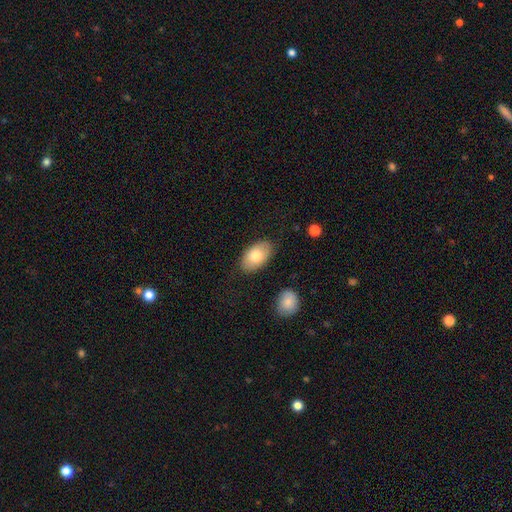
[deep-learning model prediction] Smooth or featured? Predicted: smooth (p=0.78). How rounded? Predicted: in between (p=0.94). Merging? Predicted: none (p=0.84).